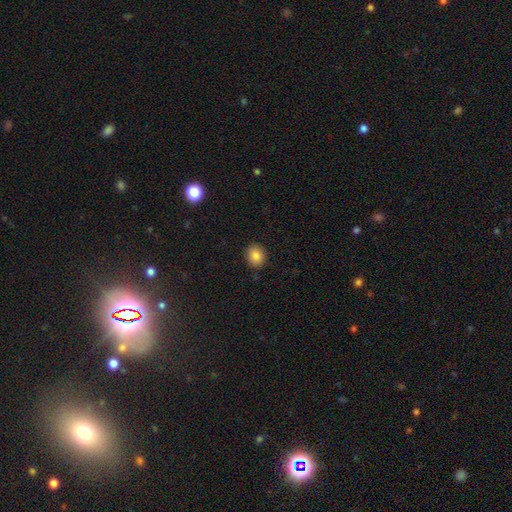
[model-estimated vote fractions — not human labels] smooth 85%, star or artifact 10%, featured or disk 5%. Down the decision tree: how rounded — round (70%); merging — none (89%).